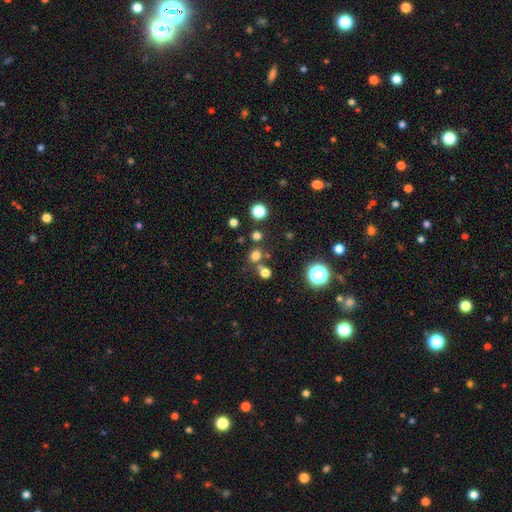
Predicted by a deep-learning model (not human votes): Q: Smooth or featured?
A: smooth (69%); runner-up: star or artifact (24%)
Q: How rounded?
A: round (83%); runner-up: in between (16%)
Q: Merging?
A: none (68%); runner-up: merger (20%)